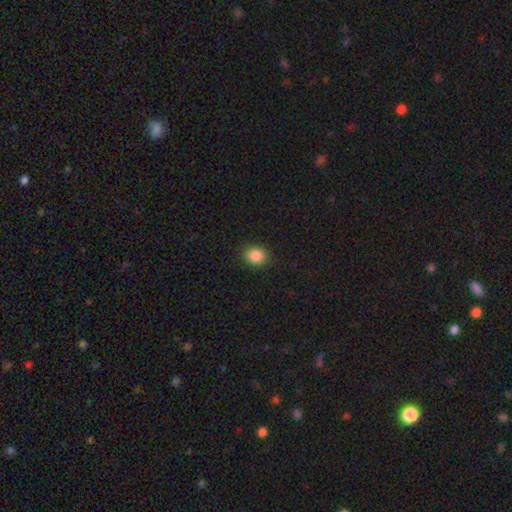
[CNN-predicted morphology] A smooth galaxy with no disk features (87%) that is round (66%). Merging: none (89%).